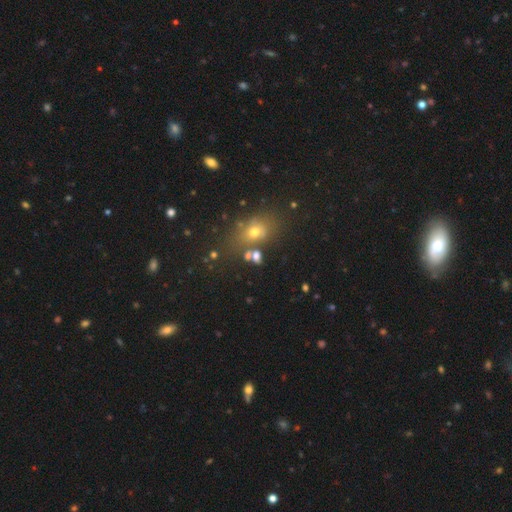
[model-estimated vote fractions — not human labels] Q: Smooth or featured?
A: smooth (64%); runner-up: star or artifact (21%)
Q: How rounded?
A: in between (60%); runner-up: round (37%)
Q: Merging?
A: none (59%); runner-up: merger (18%)